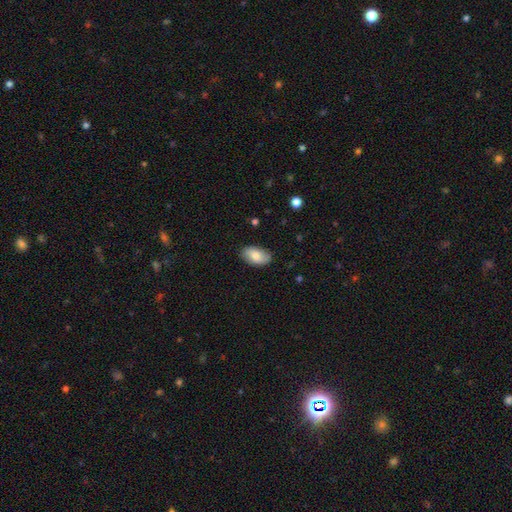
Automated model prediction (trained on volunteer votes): smooth-or-featured: smooth: 75% | featured or disk: 19% | star or artifact: 6%
  how-rounded: in between: 94% | round: 4% | cigar-shaped: 2%
  merging: none: 85% | minor disturbance: 12% | major disturbance: 2% | merger: 1%